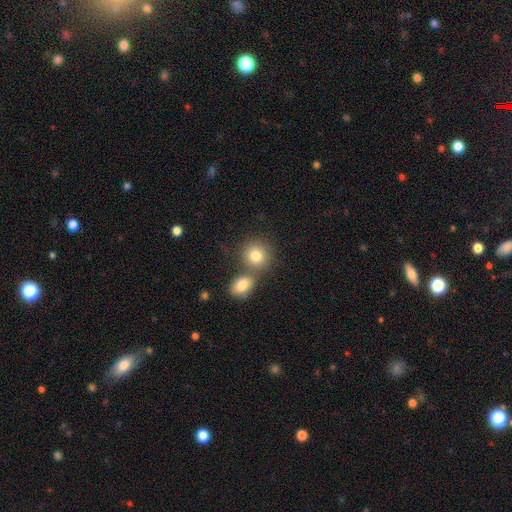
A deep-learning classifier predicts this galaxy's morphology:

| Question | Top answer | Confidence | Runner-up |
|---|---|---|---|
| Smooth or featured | smooth | 80% | star or artifact (10%) |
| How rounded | round | 82% | in between (17%) |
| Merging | none | 56% | merger (32%) |